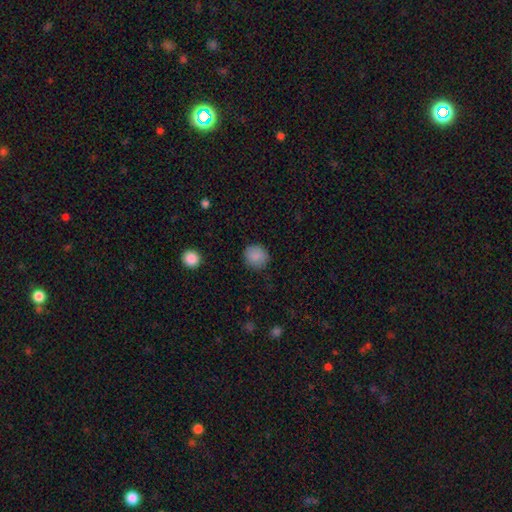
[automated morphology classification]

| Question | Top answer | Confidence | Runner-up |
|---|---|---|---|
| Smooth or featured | smooth | 87% | star or artifact (9%) |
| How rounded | round | 88% | in between (11%) |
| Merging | none | 87% | minor disturbance (9%) |